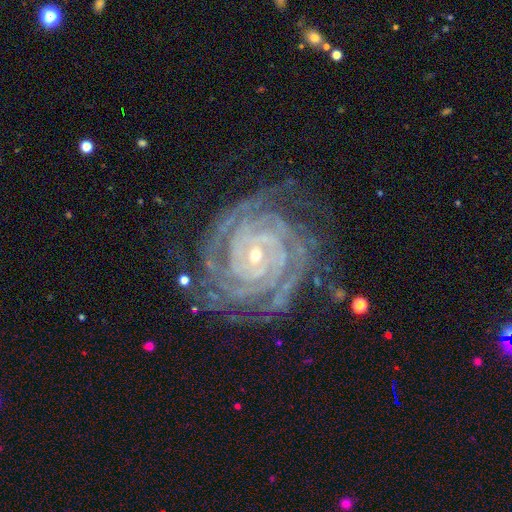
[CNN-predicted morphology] The model was most divided on "spiral arm count": 4: 22%, can't tell: 20%, more than 4: 18%, 2: 17%, 3: 17%, 1: 7%. More confident: spiral arms — yes (98%); edge-on disk — no (97%); smooth or featured — featured or disk (91%); spiral winding — tight (84%); bulge size — small (76%); merging — none (72%); bar — no (64%).